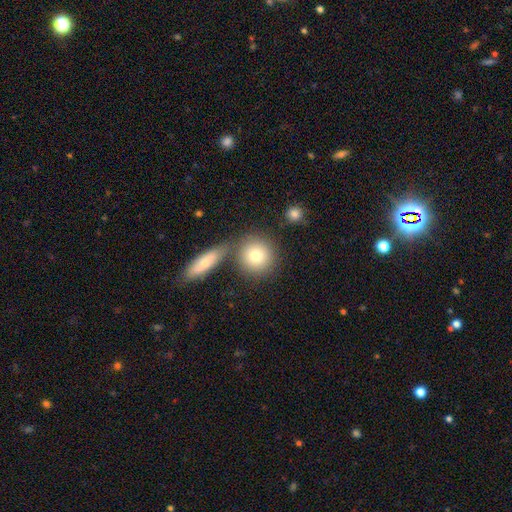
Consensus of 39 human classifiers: Smooth or featured: smooth — 79% (featured or disk — 15%)
How rounded: round — 81% (in between — 16%)
Merging: none — 70% (merger — 19%)